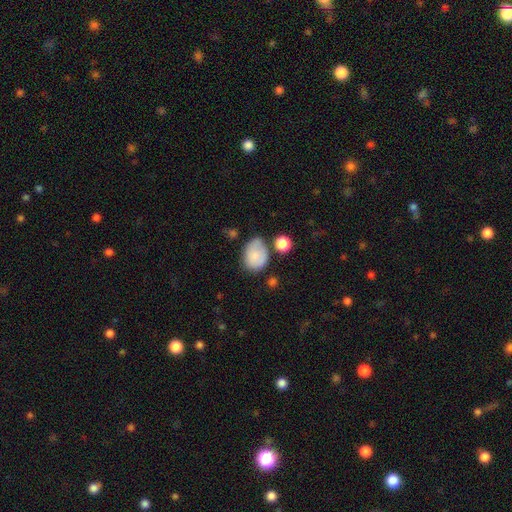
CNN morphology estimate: A smooth galaxy with no disk features (79%) that is in between round and cigar-shaped (68%). Merging: none (49%).